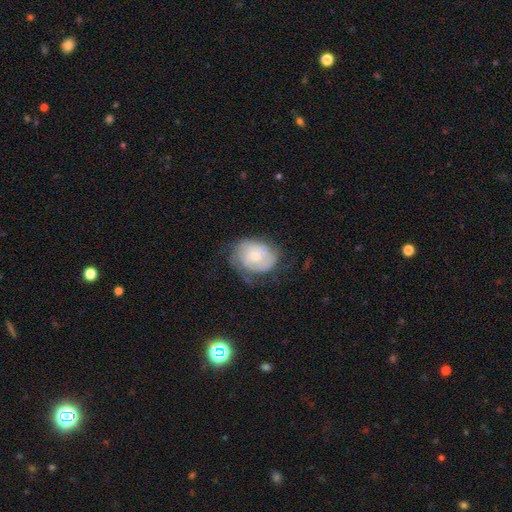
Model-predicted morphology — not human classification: Overall: featured or disk (58%; smooth 35%). Edge-on disk: no (97%). Bar: no (70%). Spiral arms: yes (82%). Bulge size: small (53%; moderate 40%). Merging: none (54%; minor disturbance 28%).